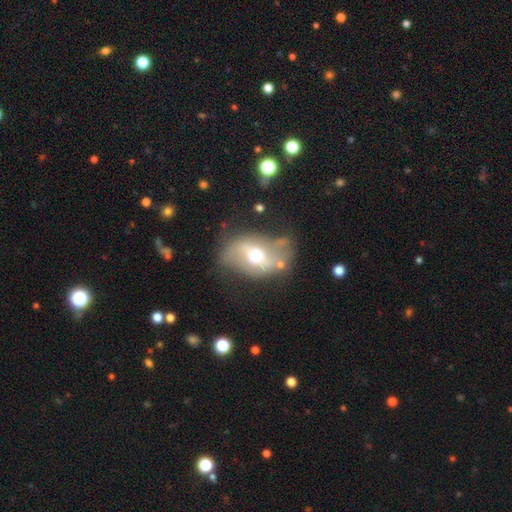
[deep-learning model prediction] featured or disk 59%, smooth 32%, star or artifact 9%. Down the decision tree: edge-on disk — no (92%); bar — no (38%); spiral arms — no (54%); bulge size — moderate (71%); merging — none (57%).